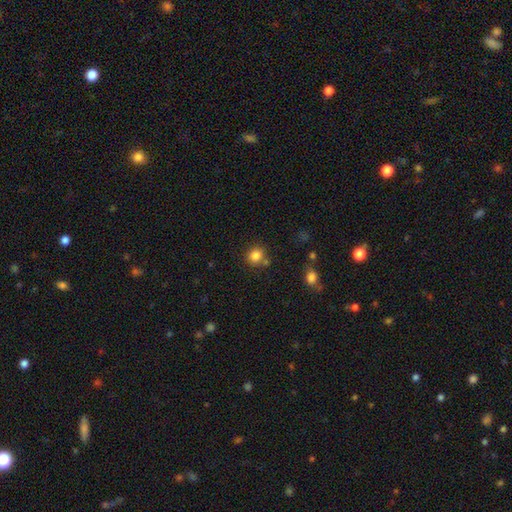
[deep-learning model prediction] Morphology: type=smooth (83%); roundness=round (85%); merging=none (75%).